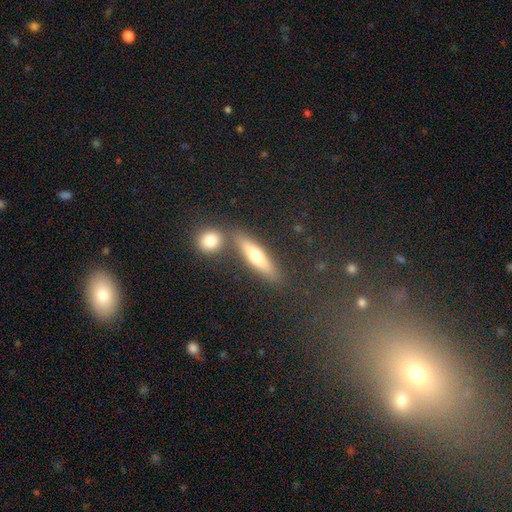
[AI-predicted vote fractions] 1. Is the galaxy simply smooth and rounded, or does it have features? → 56% smooth, 35% featured or disk, 9% star or artifact.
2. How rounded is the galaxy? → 69% cigar-shaped, 26% in between, 5% round.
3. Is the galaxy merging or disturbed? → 71% none, 16% merger, 10% minor disturbance, 4% major disturbance.